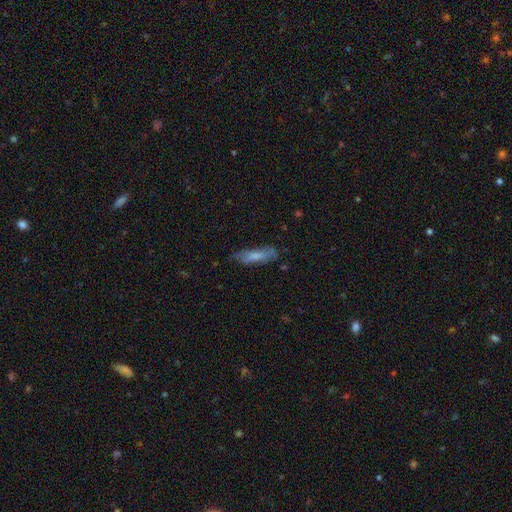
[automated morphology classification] The model was most divided on "how rounded": cigar-shaped: 65%, in between: 34%, round: 2%. More confident: smooth or featured — smooth (67%); merging — none (64%).